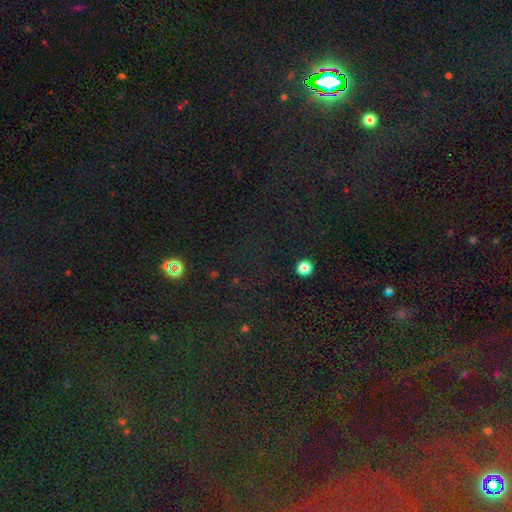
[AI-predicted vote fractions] Overall: star or artifact (80%).